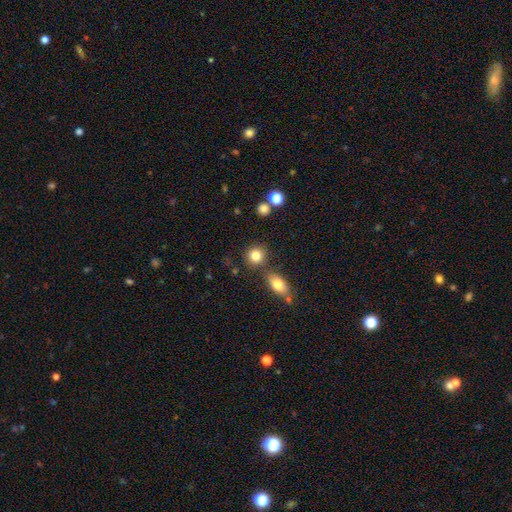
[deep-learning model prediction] smooth 84%, star or artifact 10%, featured or disk 6%. Down the decision tree: how rounded — round (84%); merging — none (76%).